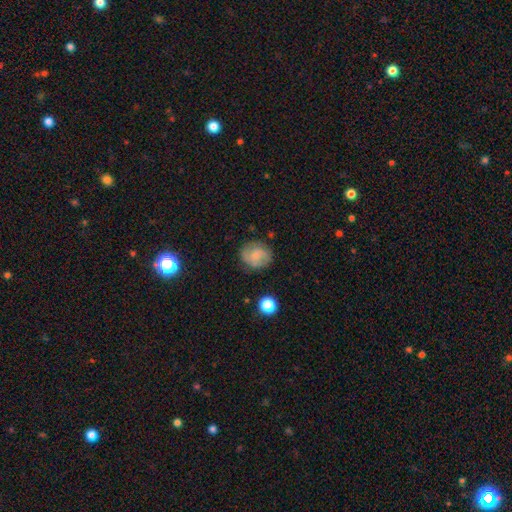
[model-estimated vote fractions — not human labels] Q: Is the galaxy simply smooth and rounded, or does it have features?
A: smooth — 54%.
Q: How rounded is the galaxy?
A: round — 70%.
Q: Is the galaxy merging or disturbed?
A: none — 76%.